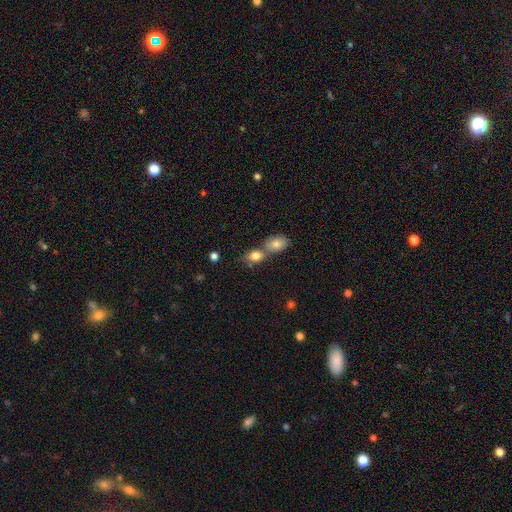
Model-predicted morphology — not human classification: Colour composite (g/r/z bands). It shows a smooth galaxy with no disk features (80%) that is in between round and cigar-shaped (72%). Merging: merger (56%).